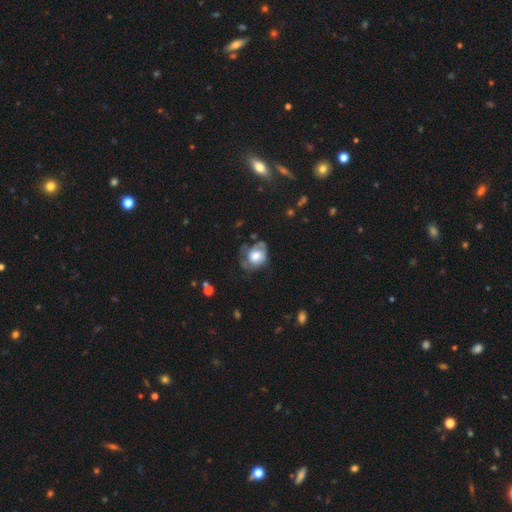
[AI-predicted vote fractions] This appears to be a smooth galaxy with no disk features (58%) that is round (61%). Merging: none (41%).